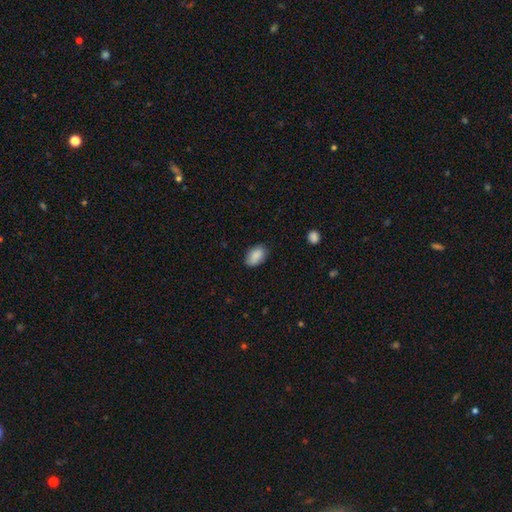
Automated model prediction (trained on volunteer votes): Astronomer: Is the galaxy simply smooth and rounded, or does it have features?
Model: smooth — 87%.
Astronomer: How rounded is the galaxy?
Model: in between — 90%.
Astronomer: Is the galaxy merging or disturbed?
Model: none — 80%.